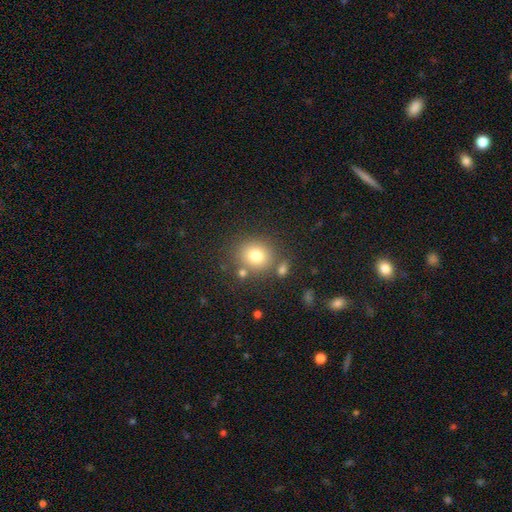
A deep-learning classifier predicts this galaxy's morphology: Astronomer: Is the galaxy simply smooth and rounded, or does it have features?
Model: smooth — 78%.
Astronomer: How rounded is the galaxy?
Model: round — 78%.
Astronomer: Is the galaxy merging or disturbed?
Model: none — 75%.